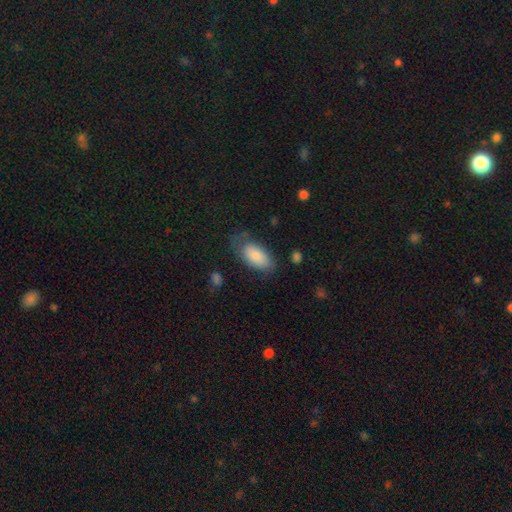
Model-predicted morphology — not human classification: Smooth or featured: smooth — 82% (featured or disk — 12%)
How rounded: in between — 93% (cigar-shaped — 4%)
Merging: none — 56% (minor disturbance — 29%)